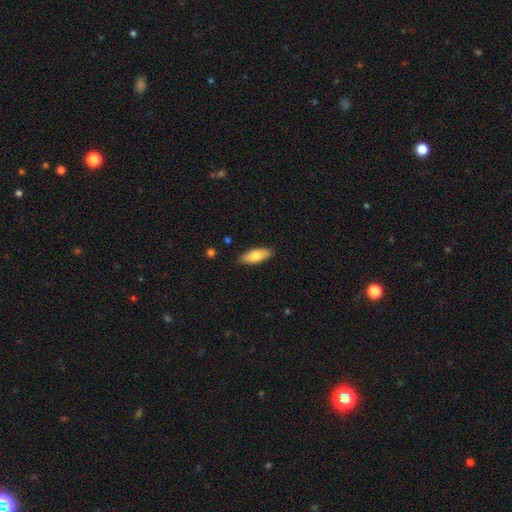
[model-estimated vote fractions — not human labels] Morphology: type=smooth (76%); roundness=in between (74%); merging=none (87%).